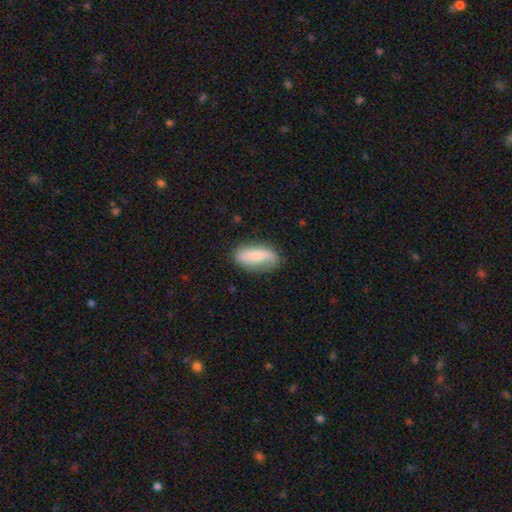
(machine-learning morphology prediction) smooth-or-featured: smooth: 66% | featured or disk: 28% | star or artifact: 6%
  how-rounded: in between: 84% | cigar-shaped: 13% | round: 4%
  merging: none: 73% | minor disturbance: 20% | major disturbance: 5% | merger: 1%